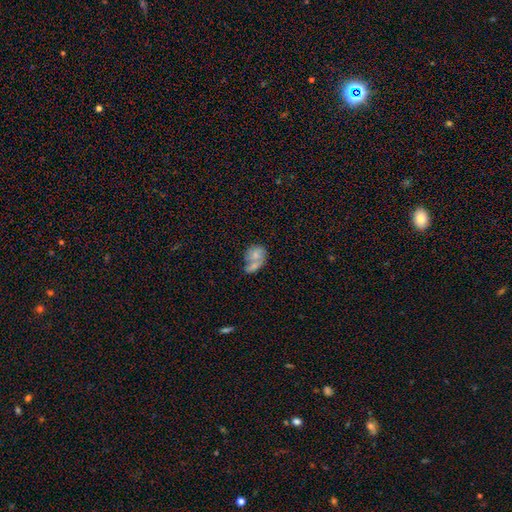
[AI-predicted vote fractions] Q: Smooth or featured?
A: smooth (65%); runner-up: featured or disk (26%)
Q: How rounded?
A: in between (53%); runner-up: round (45%)
Q: Merging?
A: merger (52%); runner-up: none (26%)